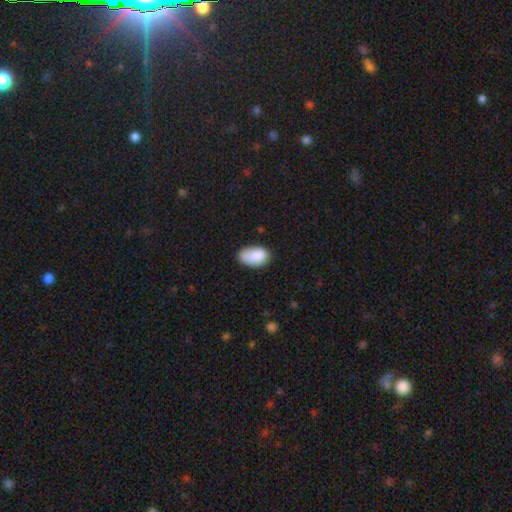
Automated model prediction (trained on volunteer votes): Smooth or featured?
  - smooth: 84% *
  - featured or disk: 8%
  - star or artifact: 8%
How rounded?
  - in between: 93% *
  - round: 6%
  - cigar-shaped: 1%
Merging?
  - none: 59% *
  - minor disturbance: 31%
  - major disturbance: 7%
  - merger: 3%